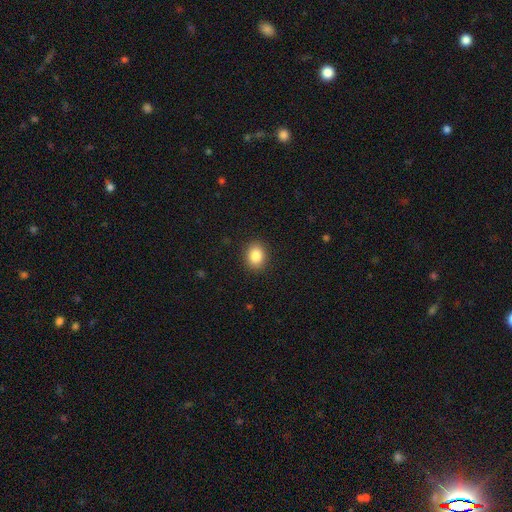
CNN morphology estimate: This is clearly a smooth galaxy (86%). How rounded: possibly round (51%). Merging: clearly none (89%).